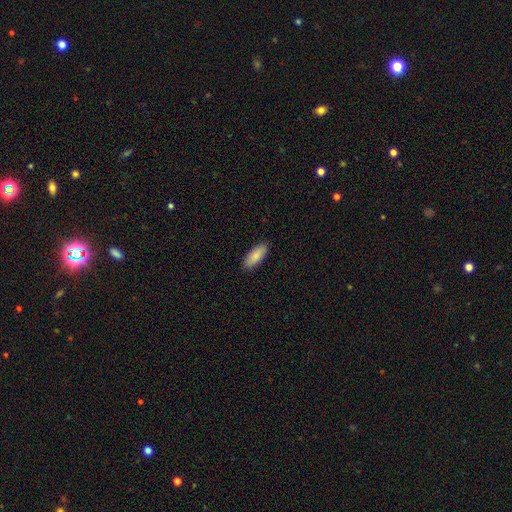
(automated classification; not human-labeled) Overall: smooth (88%). How rounded: in between (77%). Merging: none (89%).